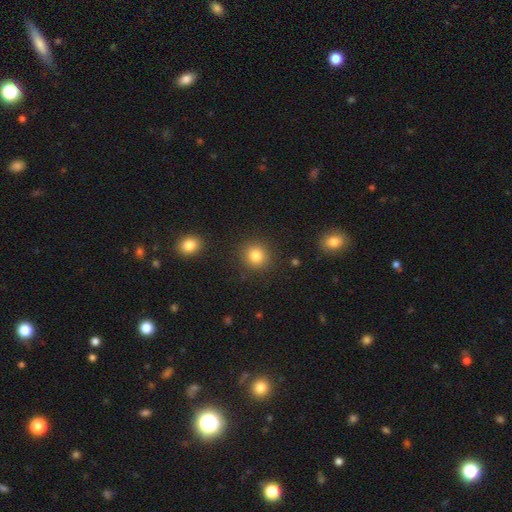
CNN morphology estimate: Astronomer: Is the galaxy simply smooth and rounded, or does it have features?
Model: smooth — 83%.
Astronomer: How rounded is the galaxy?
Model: round — 90%.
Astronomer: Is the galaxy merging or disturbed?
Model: none — 90%.